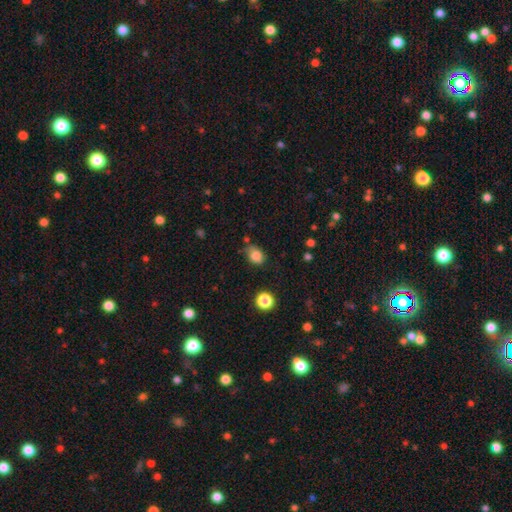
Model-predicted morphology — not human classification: smooth_or_featured: smooth (p=0.83) [alt: star or artifact p=0.11]
how_rounded: in between (p=0.58) [alt: round p=0.41]
merging: none (p=0.63) [alt: minor disturbance p=0.27]